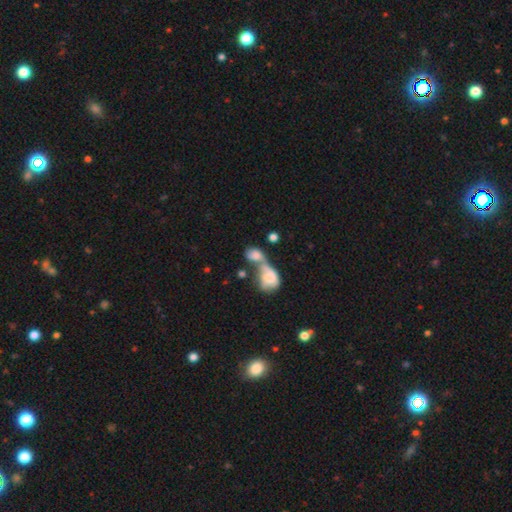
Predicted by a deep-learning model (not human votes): This is likely a smooth galaxy (70%). How rounded: likely in between (62%). Merging: likely merger (67%).